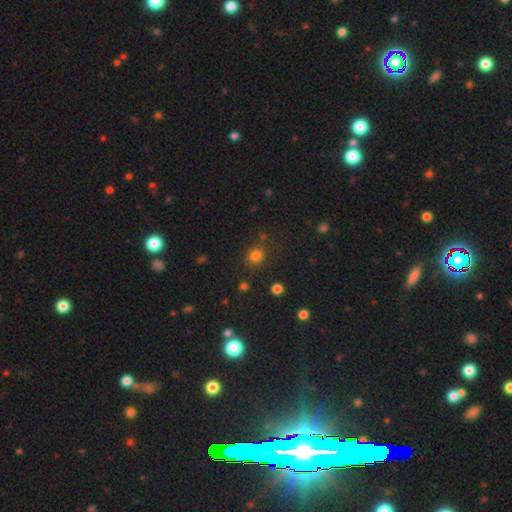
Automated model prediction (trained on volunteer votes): Smooth or featured? smooth (78%)
How rounded? round (82%)
Merging? none (79%)